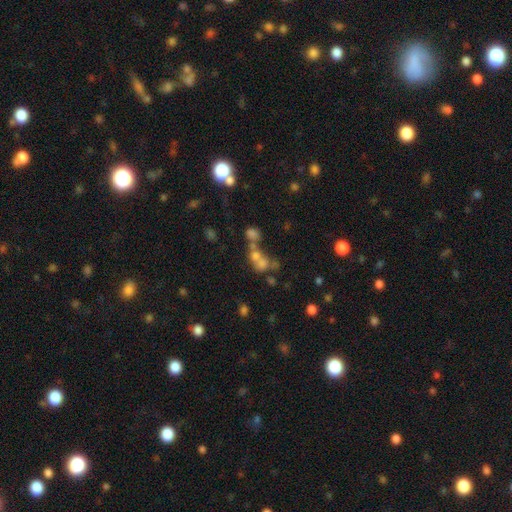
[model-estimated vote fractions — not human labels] Smooth or featured? Predicted: smooth (p=0.56). How rounded? Predicted: round (p=0.61). Merging? Predicted: merger (p=0.57).